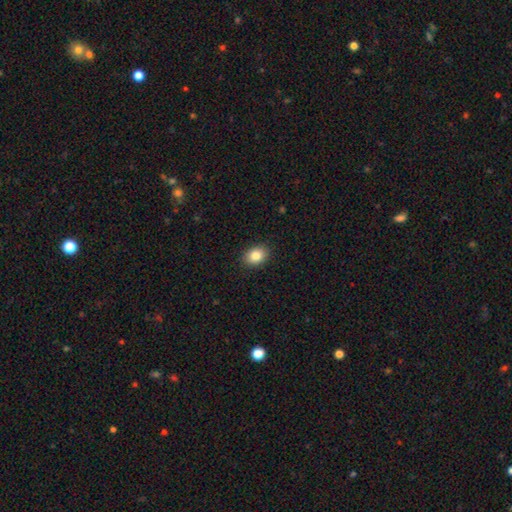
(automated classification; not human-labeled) Q: Smooth or featured?
A: smooth (85%); runner-up: star or artifact (9%)
Q: How rounded?
A: in between (68%); runner-up: round (31%)
Q: Merging?
A: none (89%); runner-up: minor disturbance (8%)